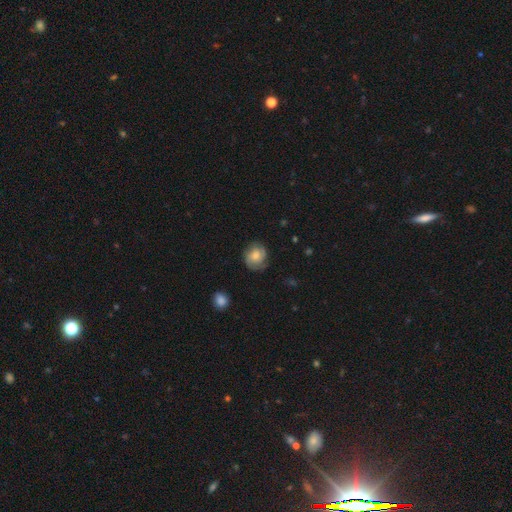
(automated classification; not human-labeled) This is possibly a featured or disk galaxy (52%). It is clearly not viewed edge-on (97%). Bar: likely no (74%). Spiral arm pattern: clearly yes (90%). Central bulge: possibly moderate (58%). Merging: likely none (76%).